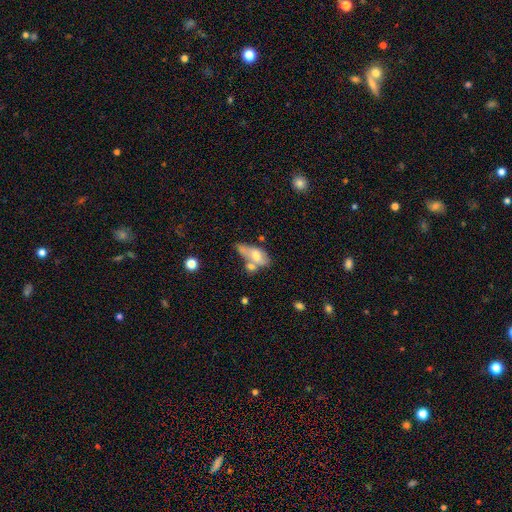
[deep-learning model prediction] This appears to be a smooth galaxy with no disk features (61%) that is in between round and cigar-shaped (84%). Merging: merger (42%).